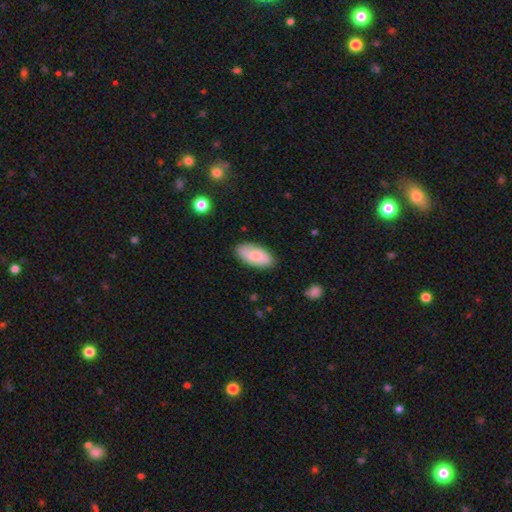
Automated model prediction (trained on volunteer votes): Smooth or featured?
  - smooth: 69% *
  - featured or disk: 25%
  - star or artifact: 6%
How rounded?
  - in between: 92% *
  - cigar-shaped: 6%
  - round: 2%
Merging?
  - none: 81% *
  - minor disturbance: 15%
  - major disturbance: 3%
  - merger: 1%